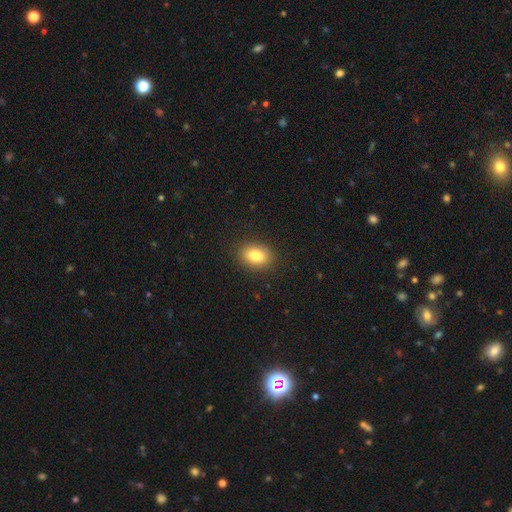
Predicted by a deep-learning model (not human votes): Q: Smooth or featured?
A: smooth (84%); runner-up: star or artifact (9%)
Q: How rounded?
A: in between (71%); runner-up: round (28%)
Q: Merging?
A: none (88%); runner-up: minor disturbance (8%)